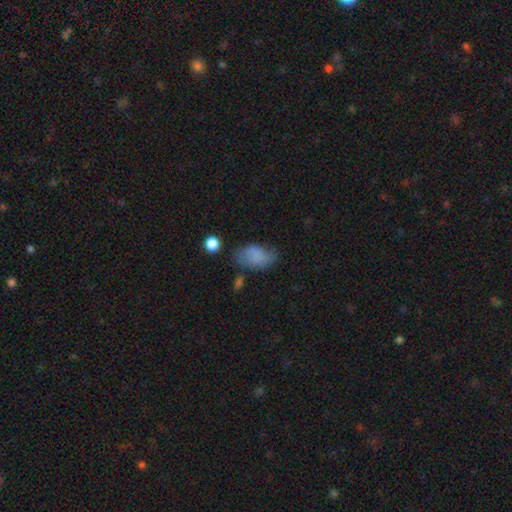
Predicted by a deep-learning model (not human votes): Smooth or featured: smooth — 77% (featured or disk — 14%)
How rounded: in between — 91% (round — 7%)
Merging: none — 55% (minor disturbance — 29%)